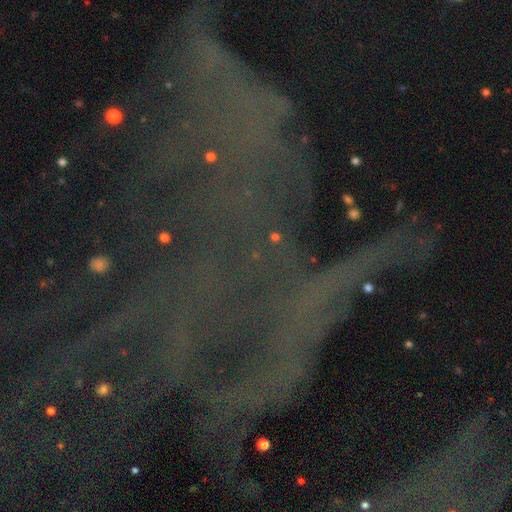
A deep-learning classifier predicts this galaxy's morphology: Overall: star or artifact (80%).